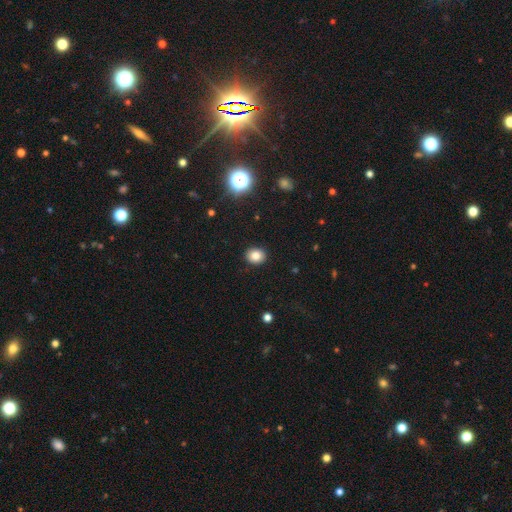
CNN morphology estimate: Smooth or featured? Predicted: smooth (p=0.83). How rounded? Predicted: round (p=0.61). Merging? Predicted: none (p=0.91).